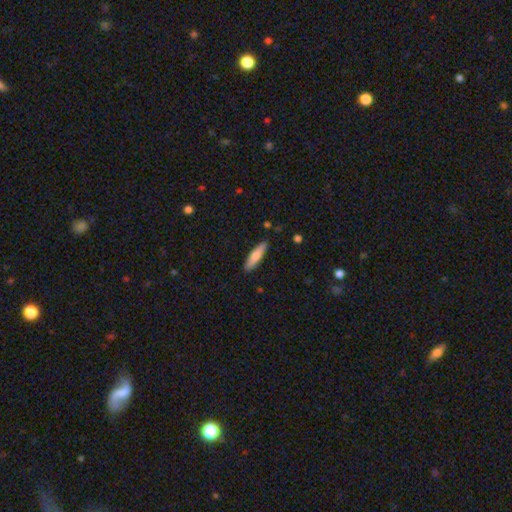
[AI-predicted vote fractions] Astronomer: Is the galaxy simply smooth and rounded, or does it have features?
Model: smooth — 74%.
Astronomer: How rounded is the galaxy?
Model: cigar-shaped — 72%.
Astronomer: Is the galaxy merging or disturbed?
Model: none — 88%.